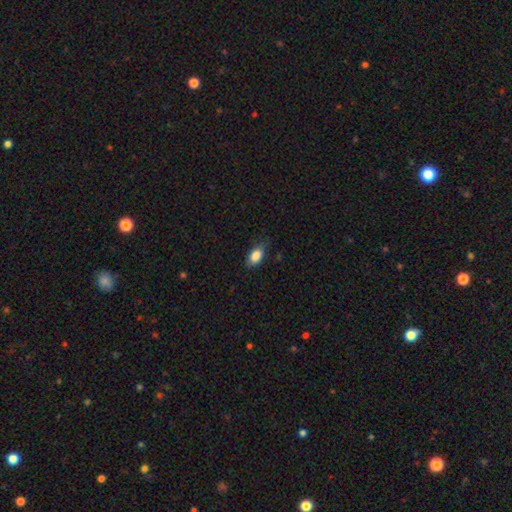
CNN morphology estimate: Smooth or featured: smooth — 85% (star or artifact — 8%)
How rounded: in between — 89% (round — 7%)
Merging: none — 74% (minor disturbance — 21%)